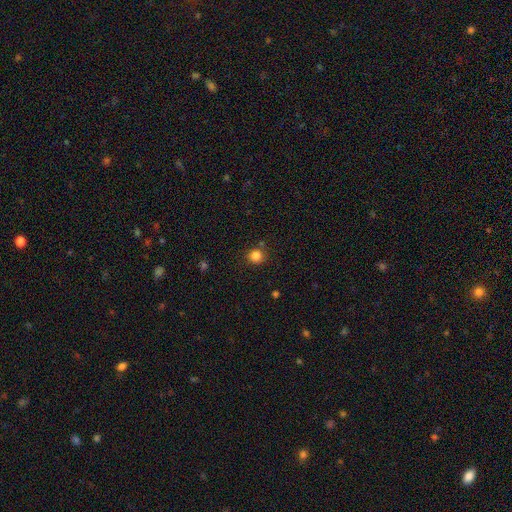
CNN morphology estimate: A smooth galaxy with no disk features (84%) that is round (91%). Merging: none (83%).